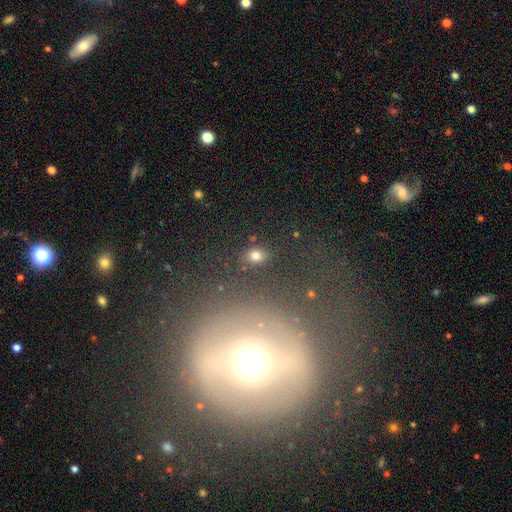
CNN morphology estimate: type=smooth (76%); roundness=in between (58%); merging=none (83%).